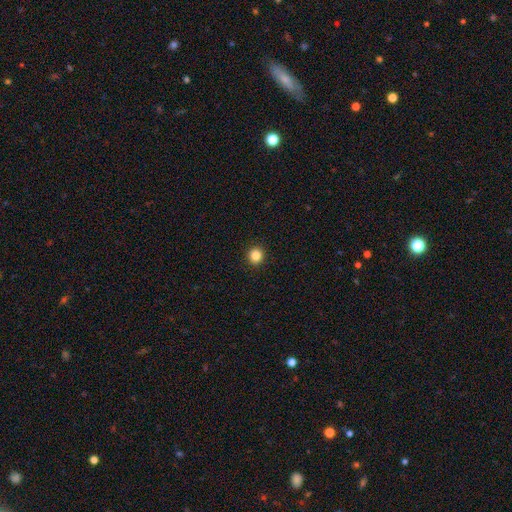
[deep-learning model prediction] Smooth or featured? Predicted: smooth (p=0.84). How rounded? Predicted: round (p=0.93). Merging? Predicted: none (p=0.93).